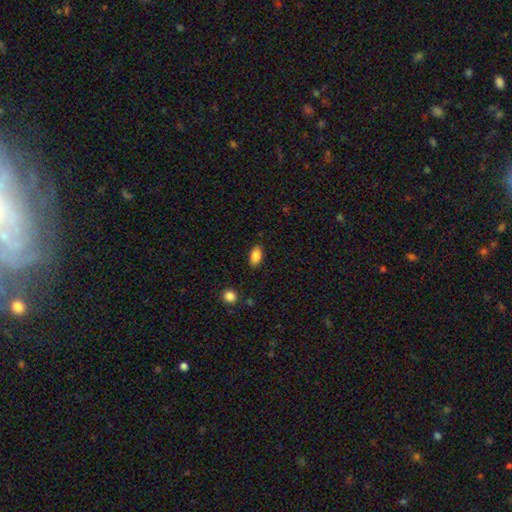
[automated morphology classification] Smooth or featured? Predicted: smooth (p=0.87). How rounded? Predicted: in between (p=0.91). Merging? Predicted: none (p=0.87).